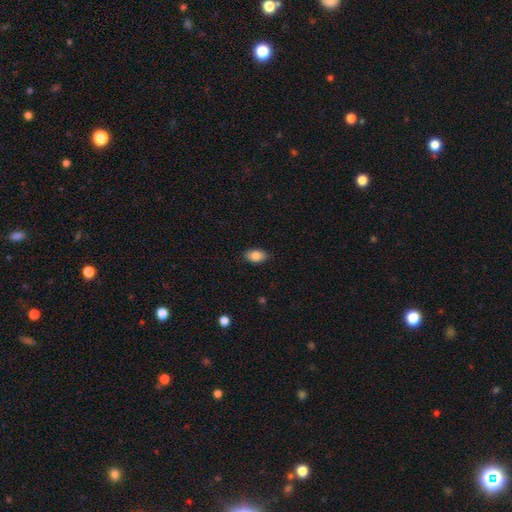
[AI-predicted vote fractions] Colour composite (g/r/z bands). It shows a smooth galaxy with no disk features (84%) that is in between round and cigar-shaped (90%). Merging: none (87%).